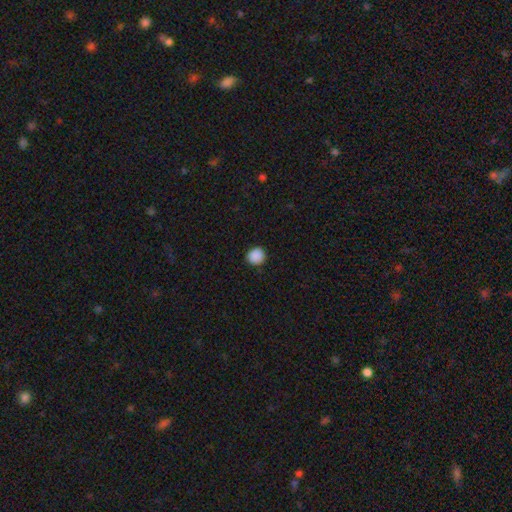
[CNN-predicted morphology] smooth_or_featured: smooth (p=0.89) [alt: star or artifact p=0.09]
how_rounded: round (p=0.90) [alt: in between p=0.09]
merging: none (p=0.91) [alt: minor disturbance p=0.06]